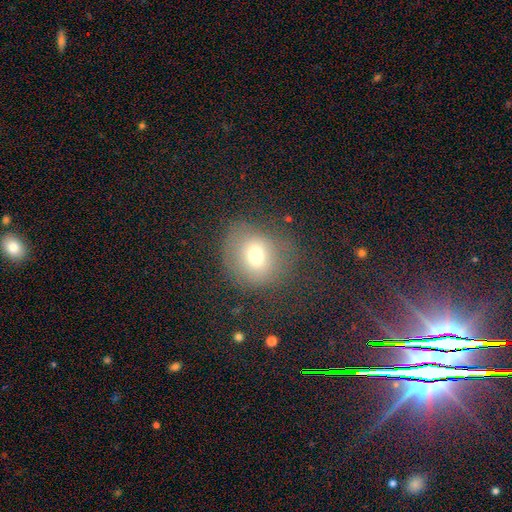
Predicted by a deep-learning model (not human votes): Overall: smooth (69%). How rounded: round (76%). Merging: none (66%).